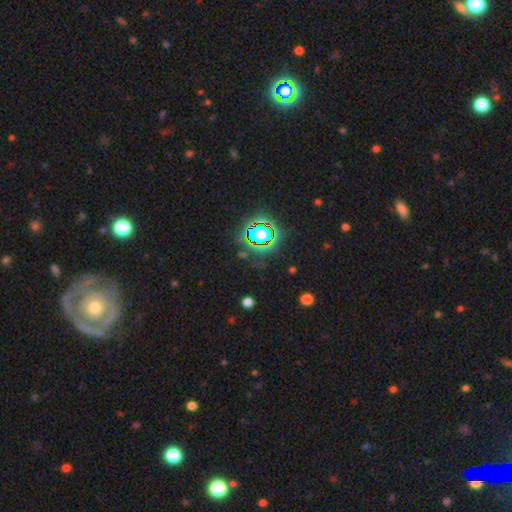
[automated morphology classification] Overall: star or artifact (66%).